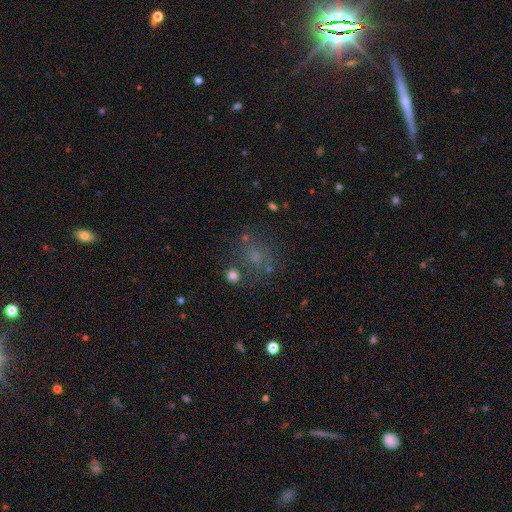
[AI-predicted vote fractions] Smooth or featured? smooth (48%)
Merging? none (62%)